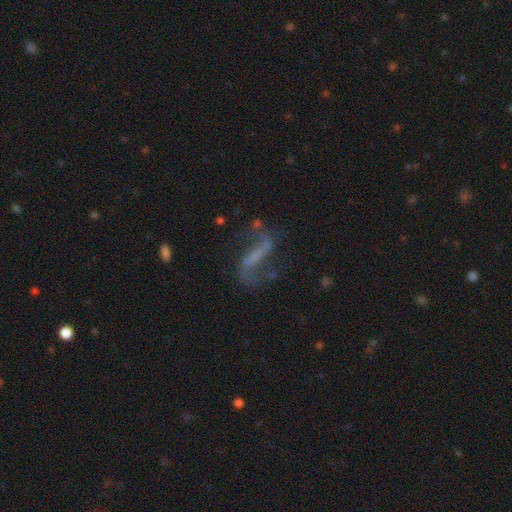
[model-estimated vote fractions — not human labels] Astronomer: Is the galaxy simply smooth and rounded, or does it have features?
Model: featured or disk — 79%.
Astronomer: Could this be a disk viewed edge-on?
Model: no — 91%.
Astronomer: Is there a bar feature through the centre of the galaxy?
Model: strong — 55%.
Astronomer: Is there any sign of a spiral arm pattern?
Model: yes — 89%.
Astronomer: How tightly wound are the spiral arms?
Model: loose — 80%.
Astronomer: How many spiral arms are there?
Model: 2 — 89%.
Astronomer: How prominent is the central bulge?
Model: none — 59%.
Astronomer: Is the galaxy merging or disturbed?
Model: none — 63%.